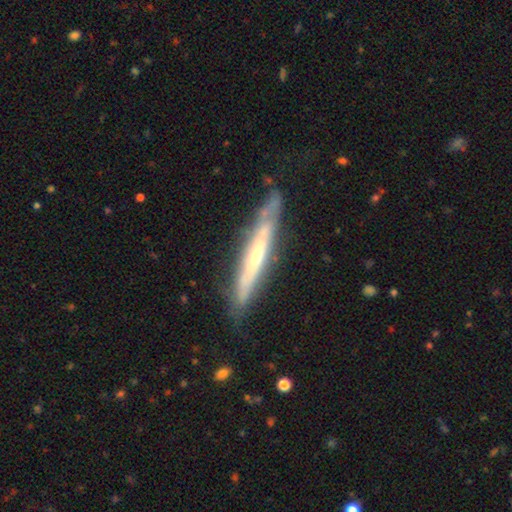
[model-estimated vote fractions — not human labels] Overall: featured or disk (68%). Edge-on disk: yes (80%). Edge-on bulge: rounded (48%; none 44%). Merging: none (75%).